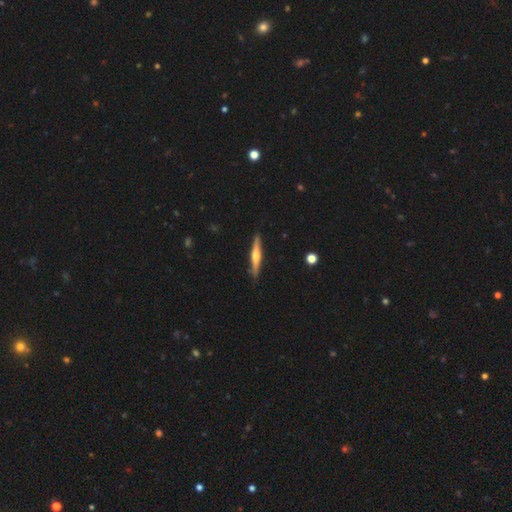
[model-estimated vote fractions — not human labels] A featured or disk galaxy (63%) viewed edge-on (97%) with a rounded central bulge (86%).

Vote fractions:
- Smooth or featured? featured or disk: 63% / smooth: 32% / star or artifact: 5%
- Edge-on disk? yes: 97% / no: 3%
- Edge-on bulge? rounded: 86% / none: 8% / boxy: 6%
- Merging? none: 89% / minor disturbance: 8% / major disturbance: 2% / merger: 1%